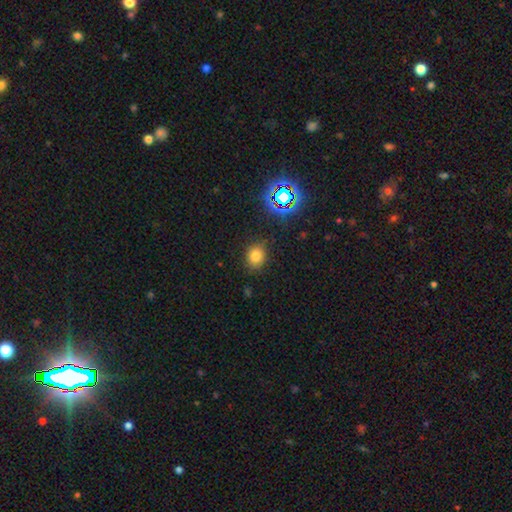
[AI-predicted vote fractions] A smooth galaxy with no disk features (75%) that is round (59%). Merging: none (83%).